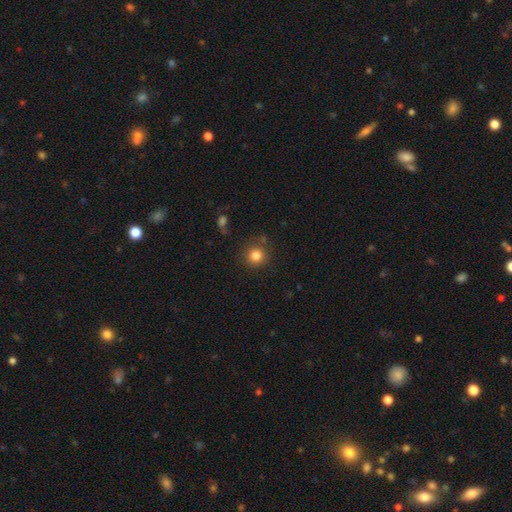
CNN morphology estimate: Overall: smooth (82%). How rounded: round (93%). Merging: none (84%).